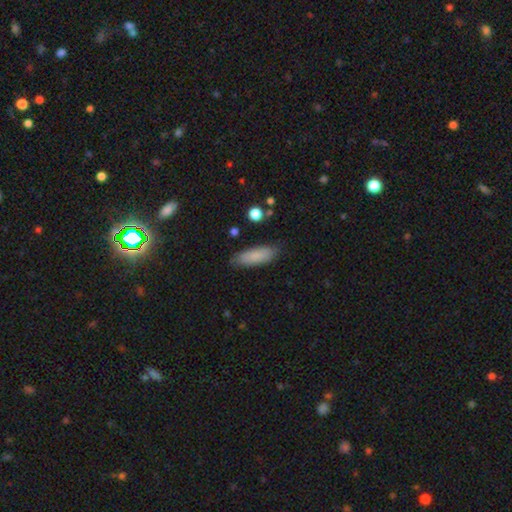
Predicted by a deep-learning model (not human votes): Smooth or featured: smooth — 85% (featured or disk — 9%)
How rounded: in between — 57% (cigar-shaped — 42%)
Merging: none — 82% (minor disturbance — 14%)